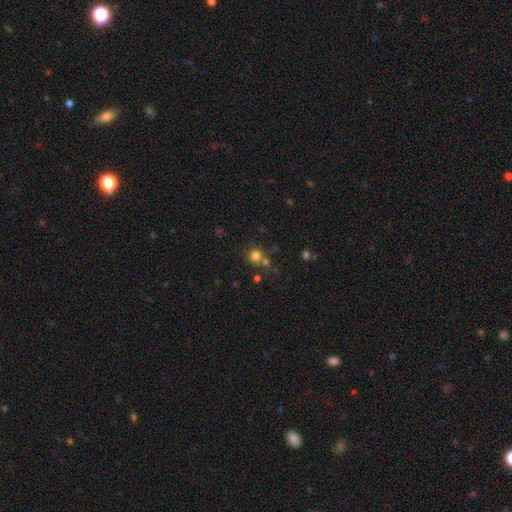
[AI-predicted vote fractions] Smooth or featured?
  - smooth: 76% *
  - star or artifact: 16%
  - featured or disk: 8%
How rounded?
  - round: 89% *
  - in between: 10%
  - cigar-shaped: 1%
Merging?
  - none: 61% *
  - merger: 26%
  - minor disturbance: 8%
  - major disturbance: 4%